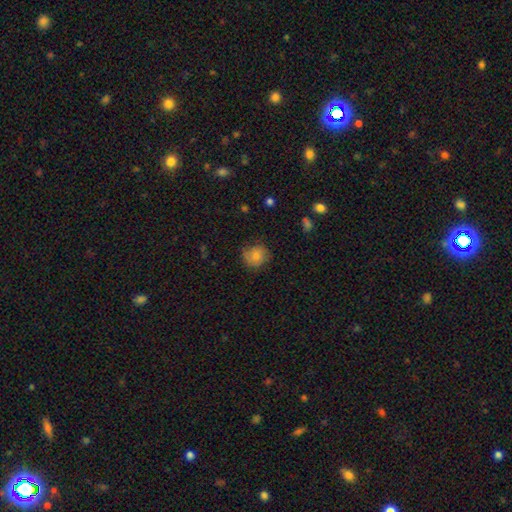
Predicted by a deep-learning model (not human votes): A smooth galaxy with no disk features (75%) that is round (83%).

Vote fractions:
- Smooth or featured? smooth: 75% / featured or disk: 16% / star or artifact: 9%
- How rounded? round: 83% / in between: 16% / cigar-shaped: 1%
- Merging? none: 71% / minor disturbance: 22% / major disturbance: 6% / merger: 1%